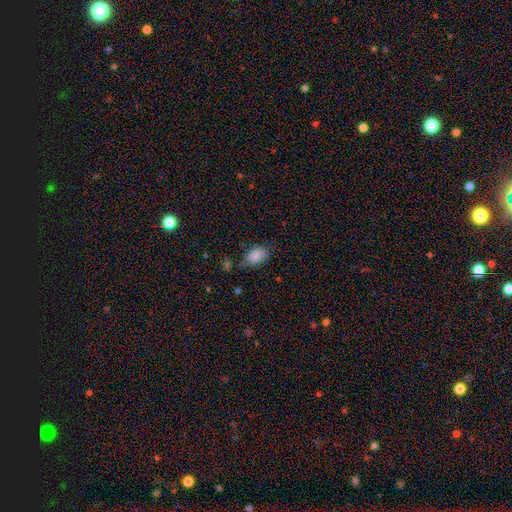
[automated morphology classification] type=smooth (86%); roundness=in between (89%); merging=none (67%).